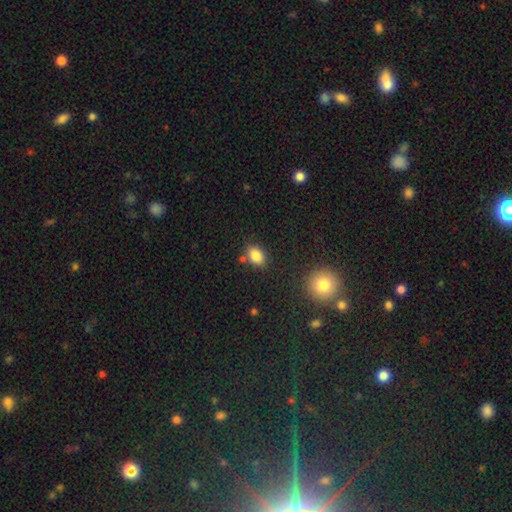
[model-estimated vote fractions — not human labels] The model was most divided on "how rounded": in between: 79%, round: 19%, cigar-shaped: 2%. More confident: smooth or featured — smooth (84%); merging — none (77%).